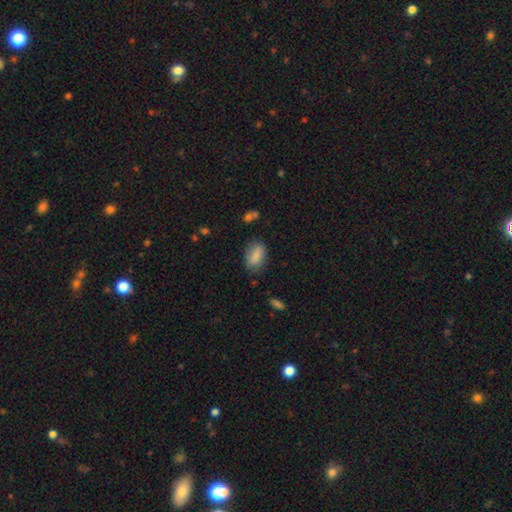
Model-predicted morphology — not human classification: Smooth or featured: smooth — 84% (featured or disk — 9%)
How rounded: in between — 89% (round — 8%)
Merging: none — 74% (minor disturbance — 18%)